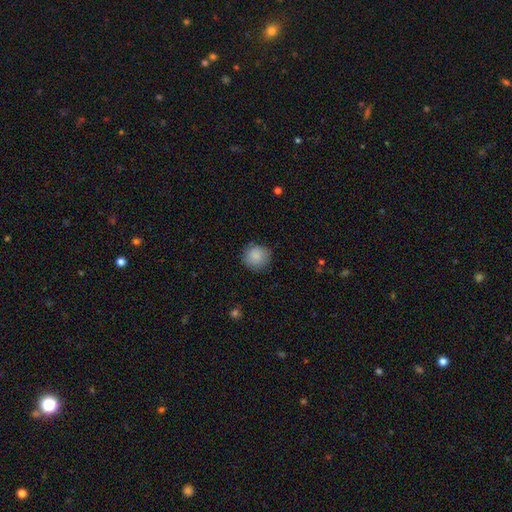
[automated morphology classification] Q: Smooth or featured?
A: smooth (85%); runner-up: featured or disk (8%)
Q: How rounded?
A: round (91%); runner-up: in between (8%)
Q: Merging?
A: none (84%); runner-up: minor disturbance (12%)